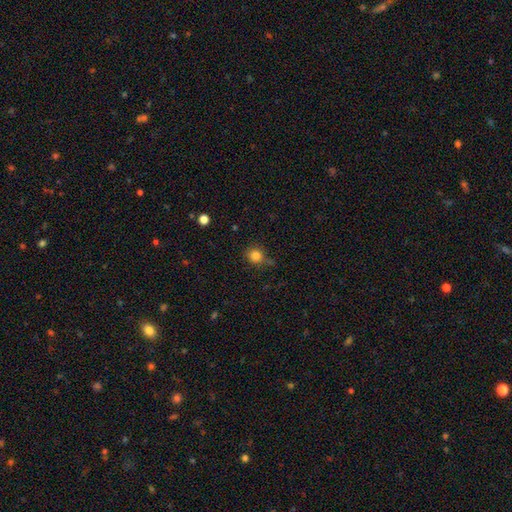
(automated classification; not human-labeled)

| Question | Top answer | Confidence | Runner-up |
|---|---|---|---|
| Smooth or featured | smooth | 82% | star or artifact (12%) |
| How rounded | round | 87% | in between (12%) |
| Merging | none | 66% | minor disturbance (22%) |